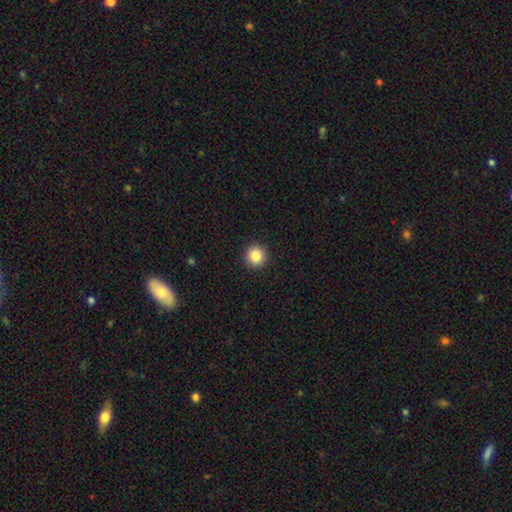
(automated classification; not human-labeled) smooth 85%, star or artifact 10%, featured or disk 5%. Down the decision tree: how rounded — round (95%); merging — none (93%).